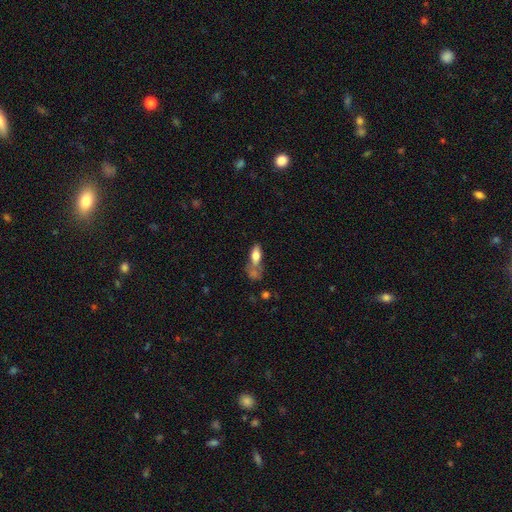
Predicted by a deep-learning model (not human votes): Smooth or featured?
  - smooth: 70% *
  - featured or disk: 22%
  - star or artifact: 8%
How rounded?
  - in between: 75% *
  - cigar-shaped: 20%
  - round: 4%
Merging?
  - none: 35% *
  - merger: 34%
  - minor disturbance: 18%
  - major disturbance: 13%